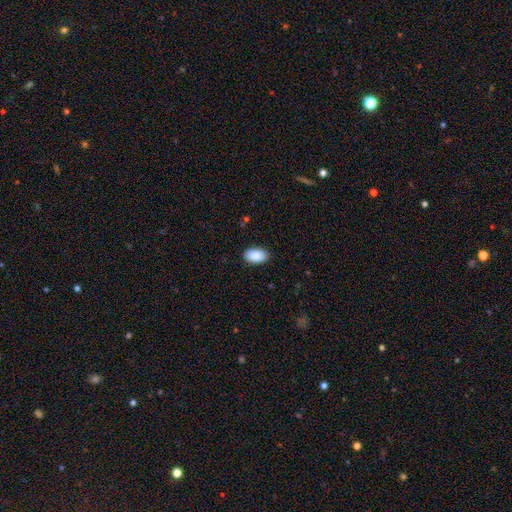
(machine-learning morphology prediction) Smooth or featured? smooth (90%)
How rounded? in between (95%)
Merging? none (89%)